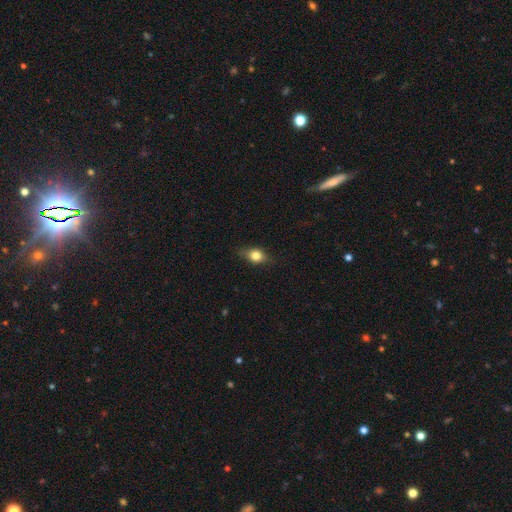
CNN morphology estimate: Smooth or featured? Predicted: smooth (p=0.69). How rounded? Predicted: in between (p=0.62). Merging? Predicted: none (p=0.77).